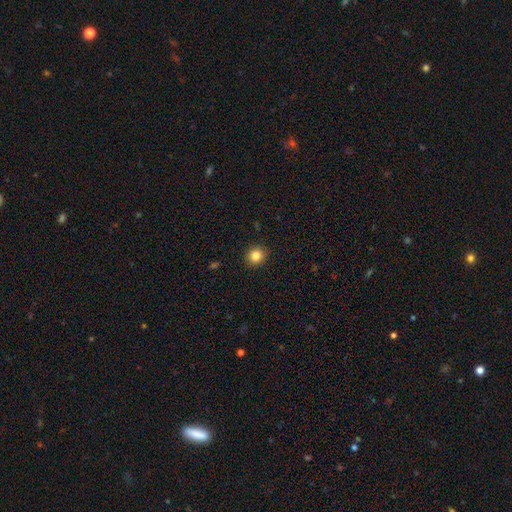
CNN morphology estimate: smooth 85%, star or artifact 10%, featured or disk 5%. Down the decision tree: how rounded — round (85%); merging — none (91%).